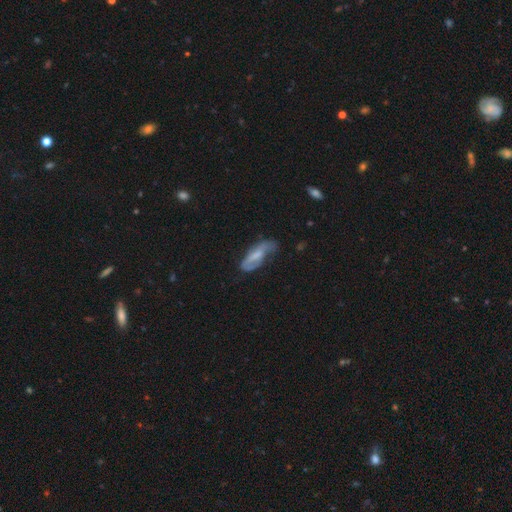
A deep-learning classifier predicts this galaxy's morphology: Smooth or featured: smooth — 50% (featured or disk — 43%)
Merging: none — 38% (minor disturbance — 33%)